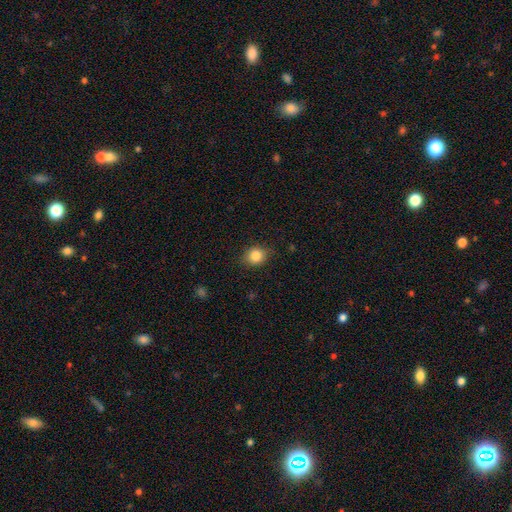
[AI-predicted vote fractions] The model was most divided on "how rounded": round: 70%, in between: 29%, cigar-shaped: 1%. More confident: smooth or featured — smooth (84%); merging — none (82%).